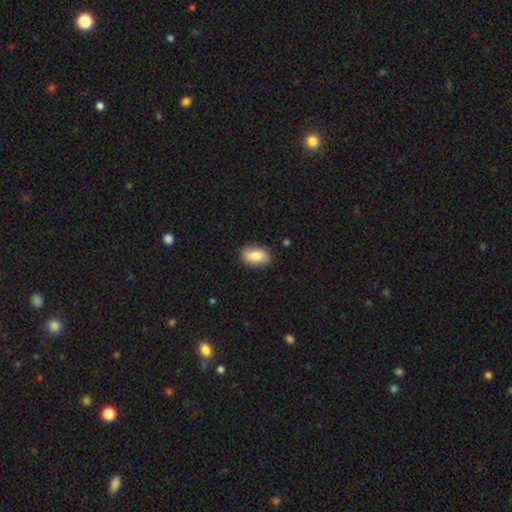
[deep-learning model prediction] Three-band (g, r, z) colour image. It shows a smooth galaxy with no disk features (81%) that is in between round and cigar-shaped (90%). Merging: none (84%).